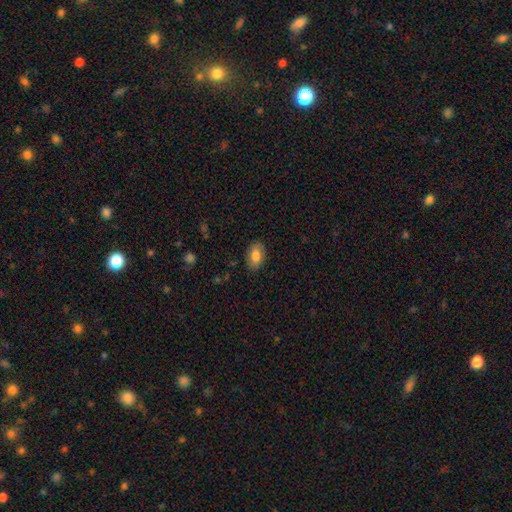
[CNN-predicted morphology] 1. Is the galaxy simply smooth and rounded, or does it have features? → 81% smooth, 12% featured or disk, 7% star or artifact.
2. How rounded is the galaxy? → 90% in between, 8% round, 1% cigar-shaped.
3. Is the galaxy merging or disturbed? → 84% none, 12% minor disturbance, 3% major disturbance, 1% merger.